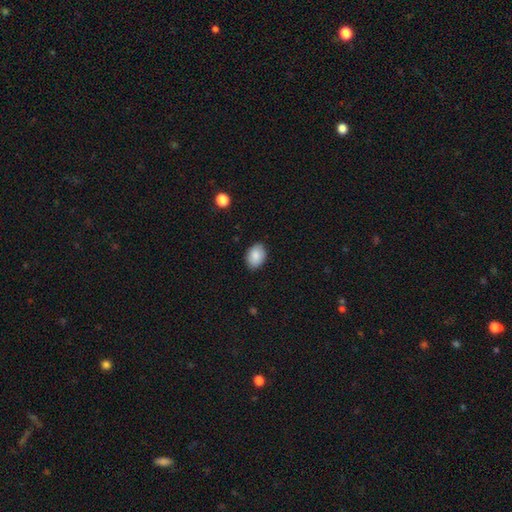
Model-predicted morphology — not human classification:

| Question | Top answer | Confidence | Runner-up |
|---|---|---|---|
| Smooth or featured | smooth | 87% | star or artifact (7%) |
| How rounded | in between | 80% | round (19%) |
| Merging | none | 85% | minor disturbance (11%) |